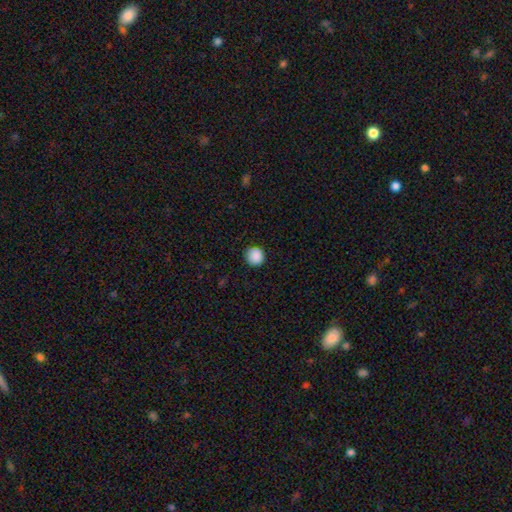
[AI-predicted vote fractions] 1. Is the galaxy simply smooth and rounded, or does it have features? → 88% smooth, 9% star or artifact, 3% featured or disk.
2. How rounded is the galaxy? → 91% round, 8% in between, 1% cigar-shaped.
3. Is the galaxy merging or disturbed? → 85% none, 12% minor disturbance, 2% major disturbance, 1% merger.